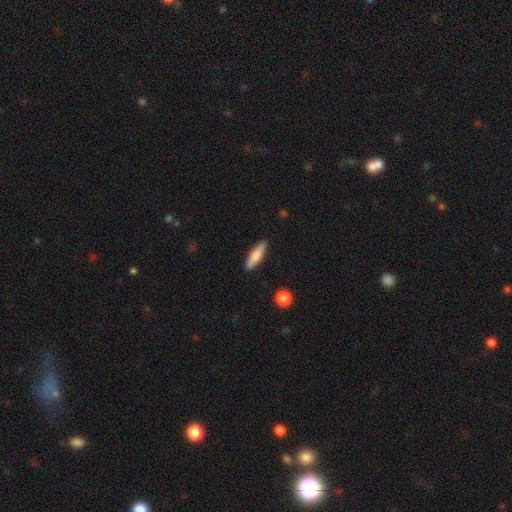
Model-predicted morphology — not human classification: This is likely a smooth galaxy (73%). How rounded: likely cigar-shaped (62%). Merging: clearly none (87%).